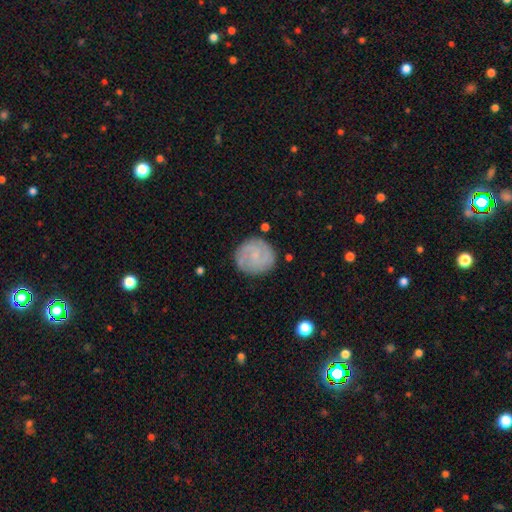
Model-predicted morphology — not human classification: Smooth or featured? featured or disk (63%)
Edge-on disk? no (98%)
Bar? no (63%)
Spiral arms? yes (90%)
Spiral winding? tight (57%)
Spiral arm count? 2 (40%)
Bulge size? small (59%)
Merging? none (83%)